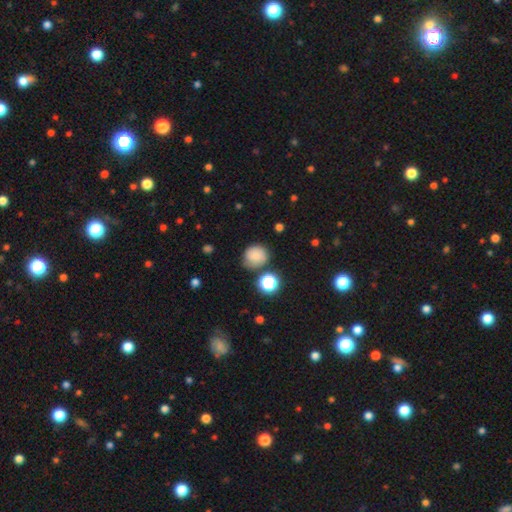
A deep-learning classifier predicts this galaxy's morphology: Smooth or featured: smooth — 72% (star or artifact — 14%)
How rounded: round — 79% (in between — 20%)
Merging: none — 67% (minor disturbance — 21%)